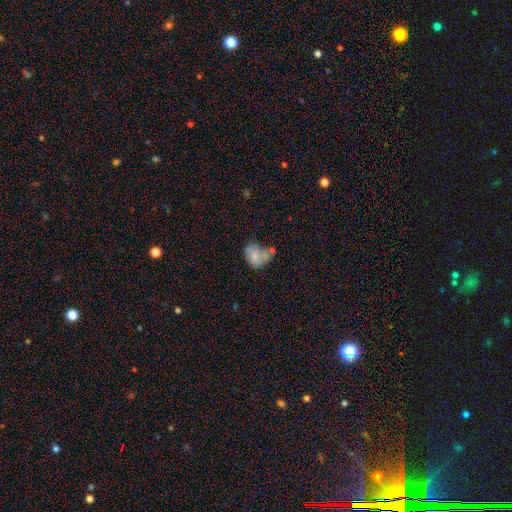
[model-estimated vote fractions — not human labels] The model was most divided on "merging": merger: 30%, none: 29%, minor disturbance: 25%, major disturbance: 16%. More confident: smooth or featured — smooth (70%); how rounded — in between (61%).